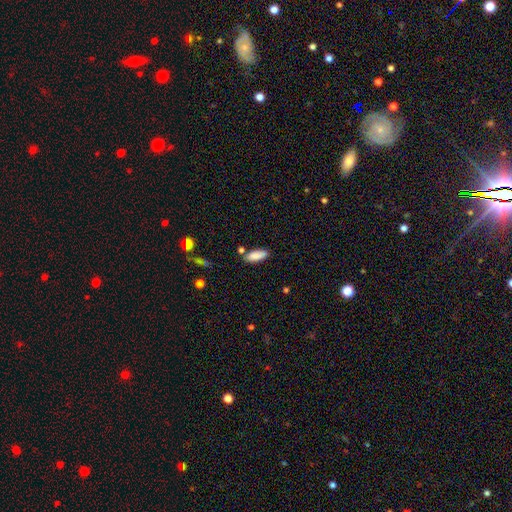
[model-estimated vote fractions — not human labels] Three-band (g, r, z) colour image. It shows a smooth galaxy with no disk features (87%) that is in between round and cigar-shaped (69%). Merging: none (77%).